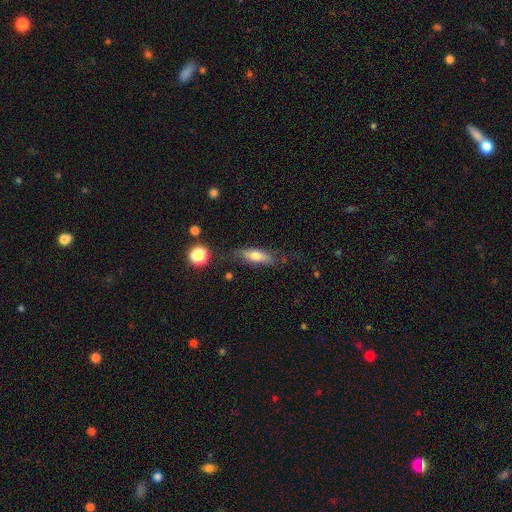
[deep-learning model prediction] smooth_or_featured: smooth (p=0.65) [alt: featured or disk p=0.27]
how_rounded: in between (p=0.51) [alt: cigar-shaped p=0.46]
merging: none (p=0.68) [alt: minor disturbance p=0.21]